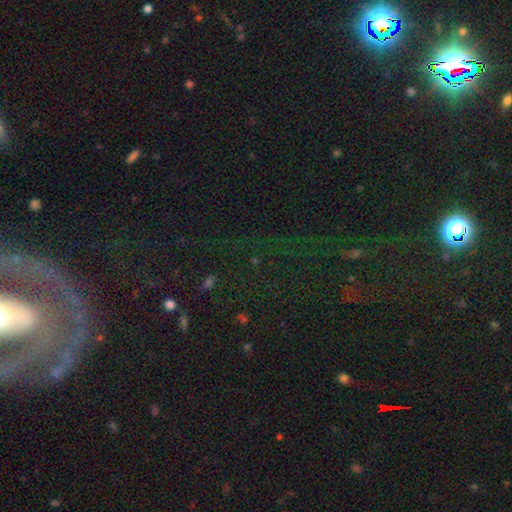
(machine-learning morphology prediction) A star or artifact, not a galaxy (65%).